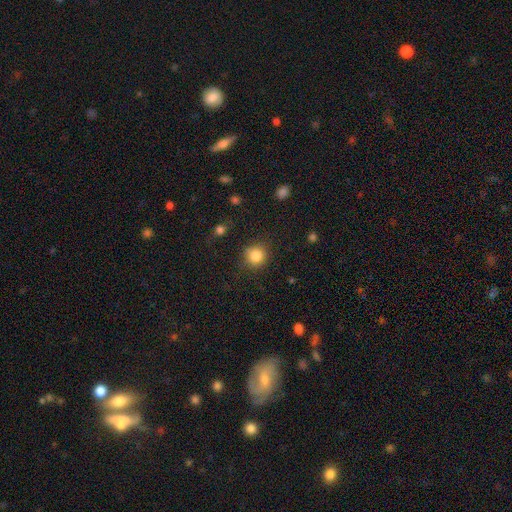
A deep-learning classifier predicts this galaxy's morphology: smooth-or-featured: smooth: 85% | star or artifact: 10% | featured or disk: 5%
  how-rounded: round: 90% | in between: 9% | cigar-shaped: 1%
  merging: none: 84% | minor disturbance: 10% | major disturbance: 4% | merger: 2%